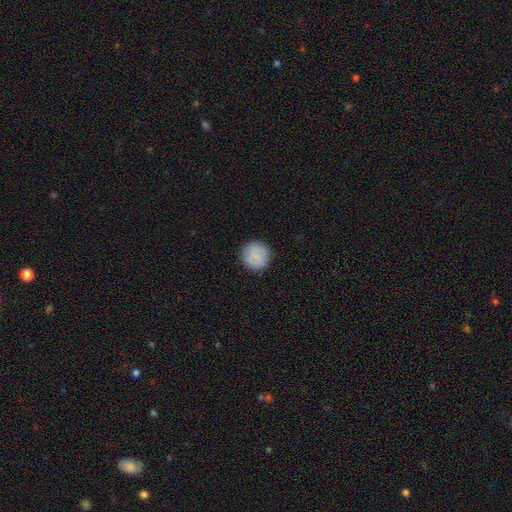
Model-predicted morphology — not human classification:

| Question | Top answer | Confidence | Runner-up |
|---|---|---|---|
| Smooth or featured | smooth | 88% | star or artifact (6%) |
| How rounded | round | 95% | in between (4%) |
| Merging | none | 91% | minor disturbance (6%) |